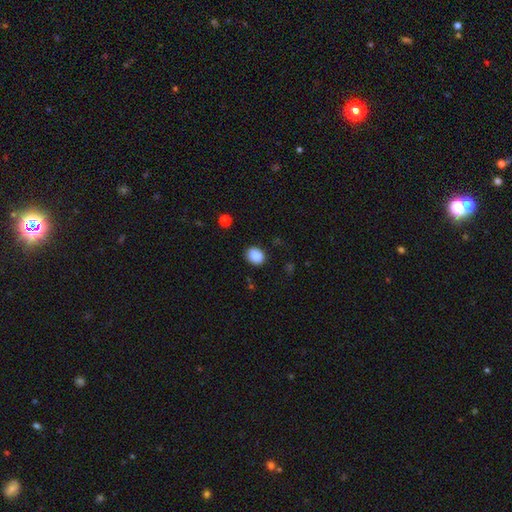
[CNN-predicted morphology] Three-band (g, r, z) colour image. It shows a smooth galaxy with no disk features (88%) that is in between round and cigar-shaped (51%). Merging: none (83%).